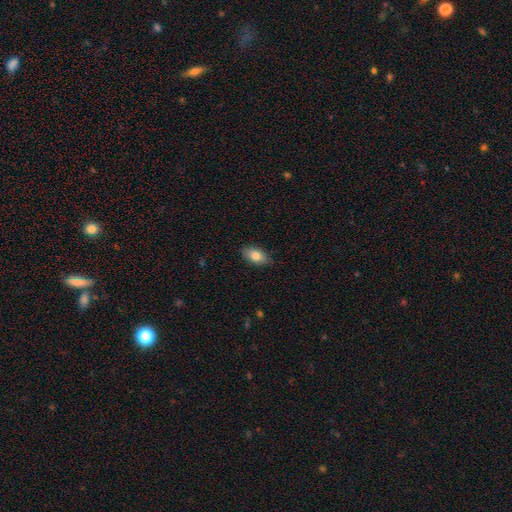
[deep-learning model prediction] Morphology: type=smooth (82%); roundness=in between (91%); merging=none (83%).